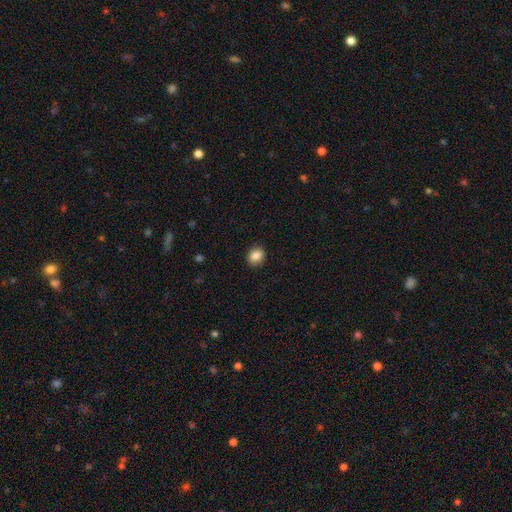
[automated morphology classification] Smooth or featured? smooth (86%)
How rounded? round (59%)
Merging? none (90%)